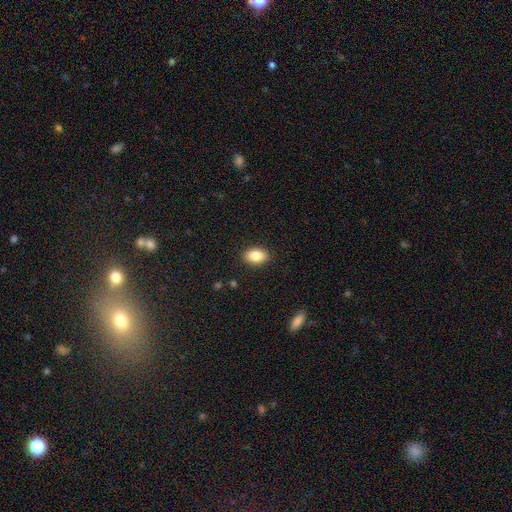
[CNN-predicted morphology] Smooth or featured? smooth (86%)
How rounded? in between (88%)
Merging? none (89%)